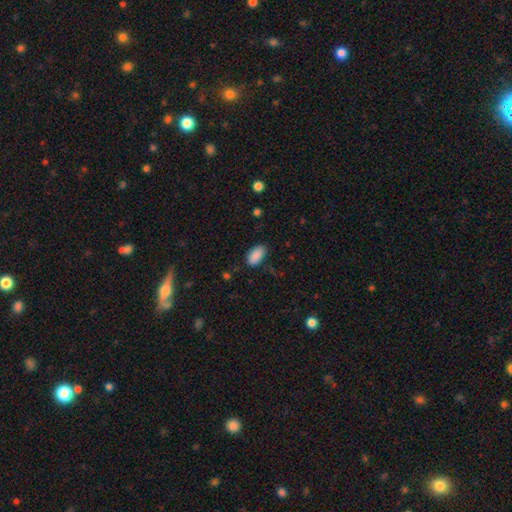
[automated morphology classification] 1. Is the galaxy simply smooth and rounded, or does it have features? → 89% smooth, 7% star or artifact, 4% featured or disk.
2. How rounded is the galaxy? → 94% in between, 3% round, 3% cigar-shaped.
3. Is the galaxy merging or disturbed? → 83% none, 12% minor disturbance, 3% major disturbance, 1% merger.